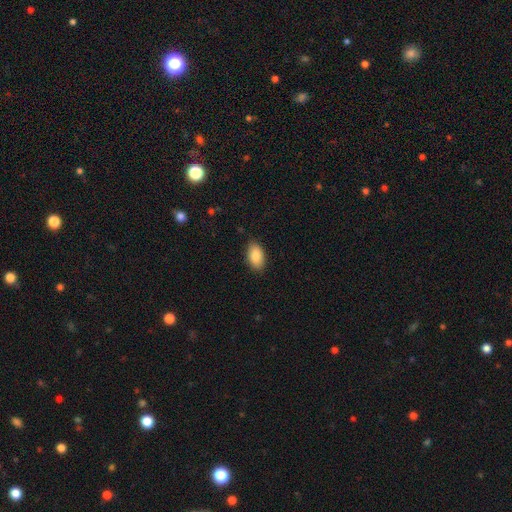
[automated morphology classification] smooth-or-featured: smooth: 88% | star or artifact: 7% | featured or disk: 5%
  how-rounded: in between: 94% | round: 4% | cigar-shaped: 2%
  merging: none: 86% | minor disturbance: 11% | major disturbance: 2% | merger: 1%